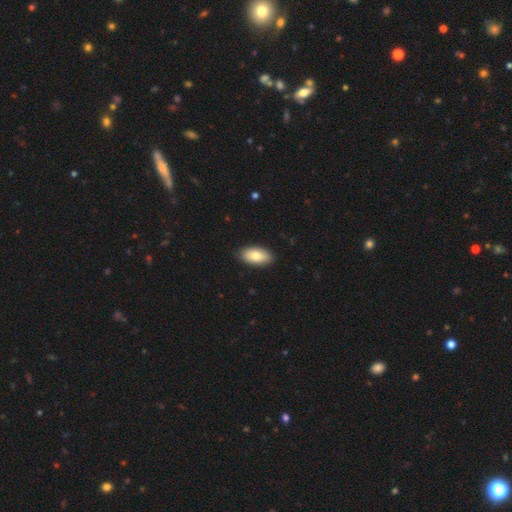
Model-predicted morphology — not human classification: A smooth galaxy with no disk features (80%) that is in between round and cigar-shaped (93%).

Vote fractions:
- Smooth or featured? smooth: 80% / featured or disk: 14% / star or artifact: 6%
- How rounded? in between: 93% / cigar-shaped: 4% / round: 3%
- Merging? none: 88% / minor disturbance: 10% / major disturbance: 2% / merger: 1%